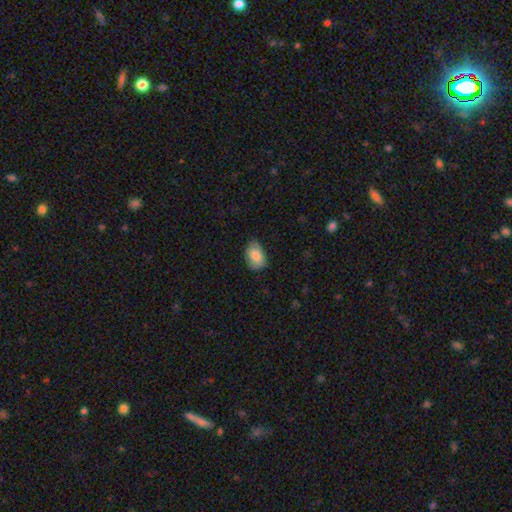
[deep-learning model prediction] Overall: smooth (84%). How rounded: in between (88%). Merging: none (72%).